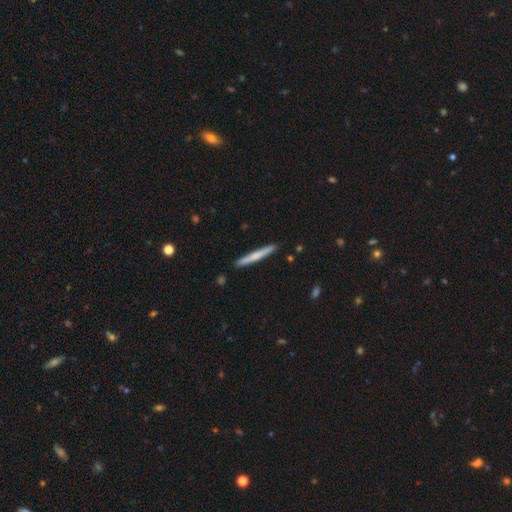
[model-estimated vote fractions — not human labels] smooth 61%, featured or disk 34%, star or artifact 5%. Down the decision tree: how rounded — cigar-shaped (96%); merging — none (91%).